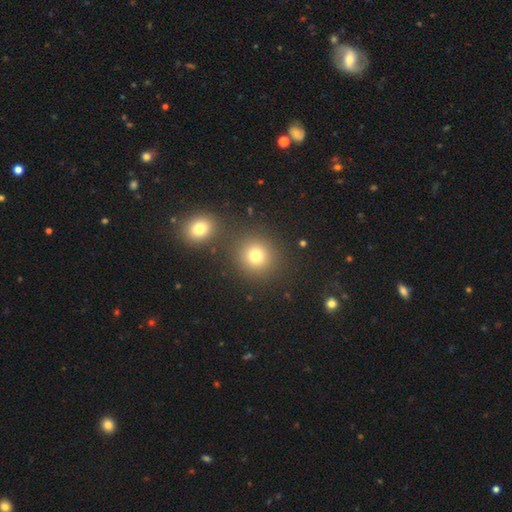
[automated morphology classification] Overall: smooth (77%). How rounded: round (89%). Merging: none (78%).